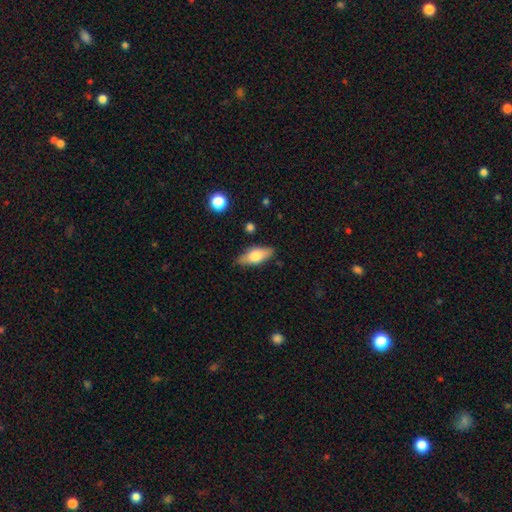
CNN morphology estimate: smooth 65%, featured or disk 29%, star or artifact 7%. Down the decision tree: how rounded — in between (78%); merging — none (83%).